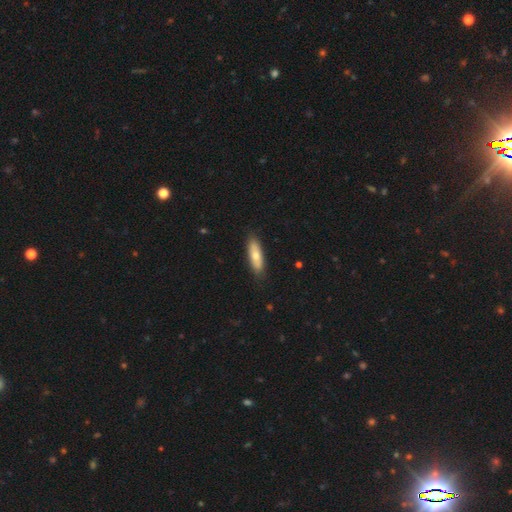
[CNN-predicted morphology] A smooth galaxy with no disk features (68%) that is in between round and cigar-shaped (51%). Merging: none (84%).